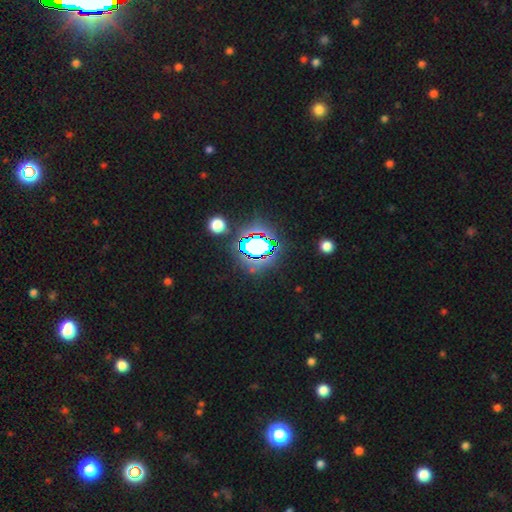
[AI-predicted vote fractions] star or artifact 83%, smooth 10%, featured or disk 7%.